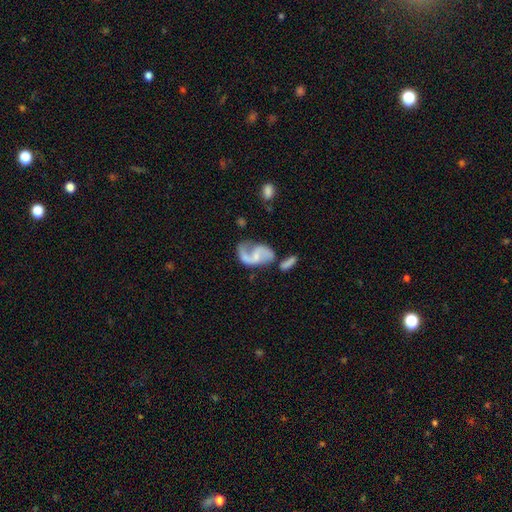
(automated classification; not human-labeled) A featured or disk galaxy (82%) with no bar (47%), 2 (80%) loose (57%) spiral arms (93%) and a small central bulge (53%). Merging: none (42%).